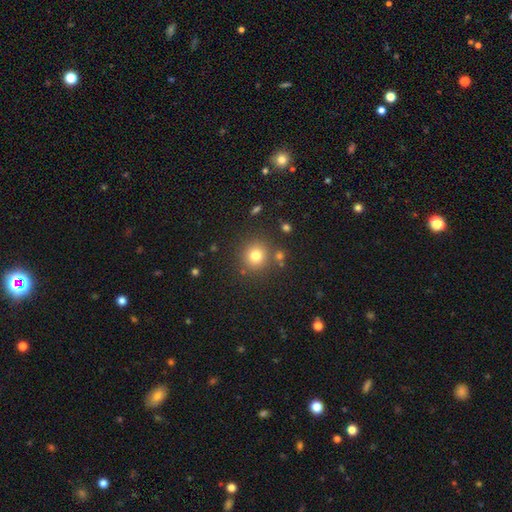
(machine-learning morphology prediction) Overall: smooth (78%). How rounded: round (90%). Merging: none (84%).